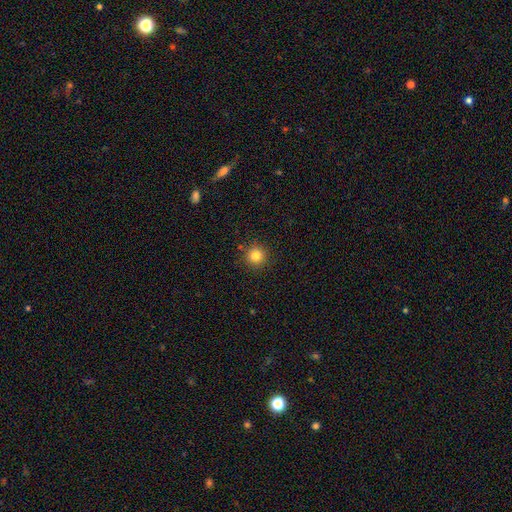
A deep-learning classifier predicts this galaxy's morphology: This appears to be a smooth galaxy with no disk features (82%) that is round (95%). Merging: none (90%).